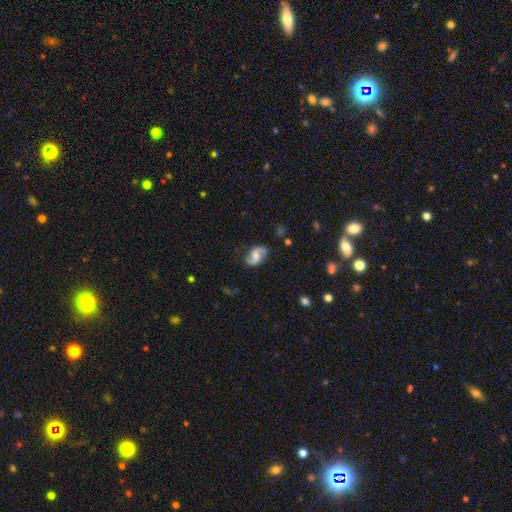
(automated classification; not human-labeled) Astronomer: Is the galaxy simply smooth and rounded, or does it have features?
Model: featured or disk — 74%.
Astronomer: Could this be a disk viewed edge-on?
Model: no — 98%.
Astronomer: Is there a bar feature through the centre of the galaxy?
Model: no — 49% (runner-up: weak, 41%).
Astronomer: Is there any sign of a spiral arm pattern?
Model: yes — 95%.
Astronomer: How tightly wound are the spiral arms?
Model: loose — 57% (runner-up: medium, 33%).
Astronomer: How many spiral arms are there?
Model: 2 — 92%.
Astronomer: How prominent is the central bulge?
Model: moderate — 52%.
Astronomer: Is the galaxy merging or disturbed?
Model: none — 79%.